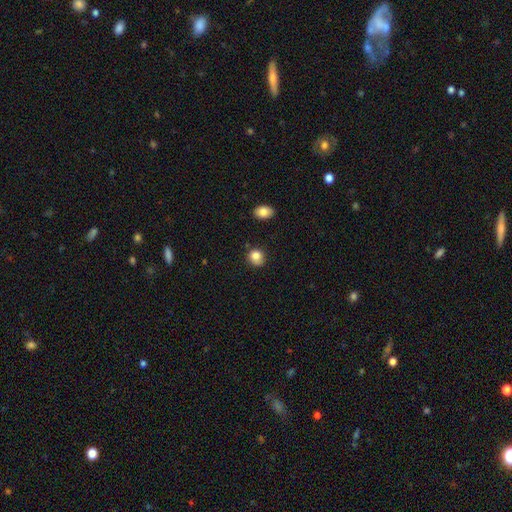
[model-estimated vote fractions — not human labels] Q: Smooth or featured?
A: smooth (84%); runner-up: star or artifact (10%)
Q: How rounded?
A: round (75%); runner-up: in between (24%)
Q: Merging?
A: none (75%); runner-up: minor disturbance (18%)